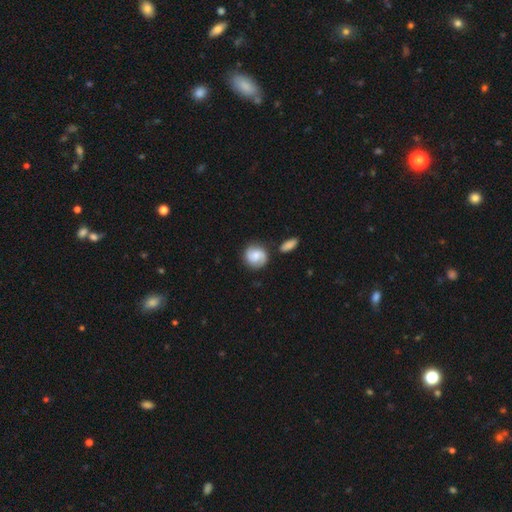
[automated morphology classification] Smooth or featured? featured or disk (54%)
Edge-on disk? no (97%)
Bar? no (55%)
Spiral arms? yes (92%)
Bulge size? moderate (44%)
Merging? none (74%)